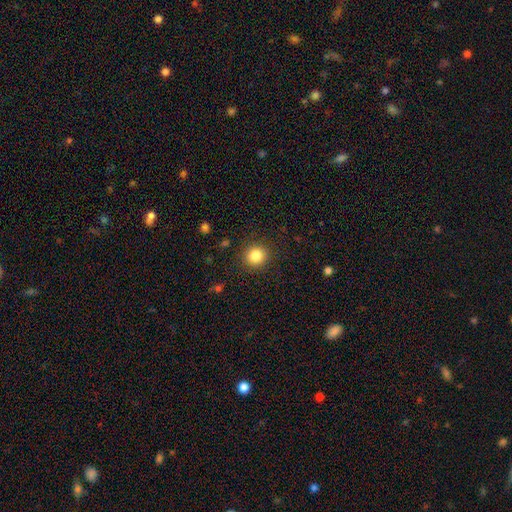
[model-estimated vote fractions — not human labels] This appears to be a smooth galaxy with no disk features (84%) that is round (90%). Merging: none (90%).